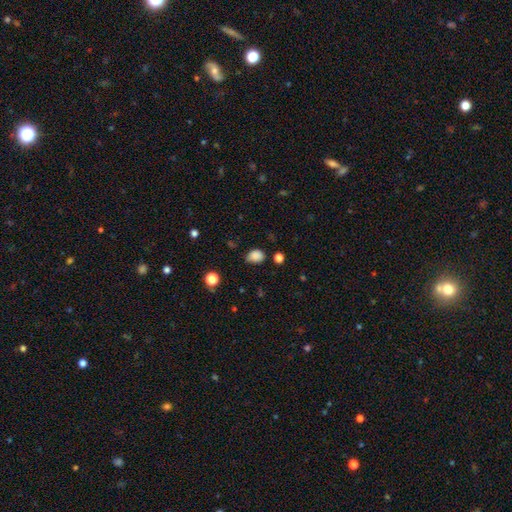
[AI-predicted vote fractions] Smooth or featured?
  - smooth: 84% *
  - star or artifact: 11%
  - featured or disk: 5%
How rounded?
  - in between: 64% *
  - round: 35%
  - cigar-shaped: 1%
Merging?
  - none: 62% *
  - minor disturbance: 30%
  - major disturbance: 6%
  - merger: 3%